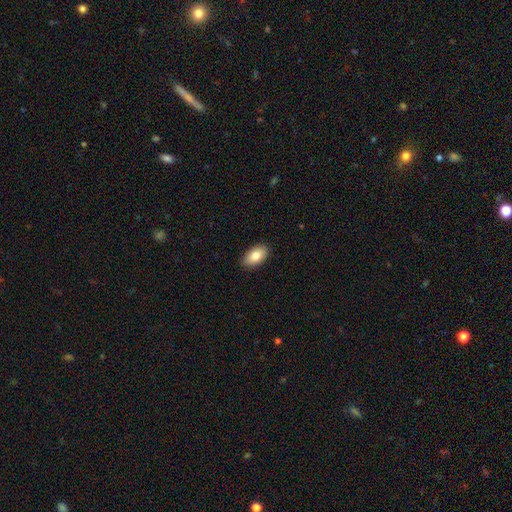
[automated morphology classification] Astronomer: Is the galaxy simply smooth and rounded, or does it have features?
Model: smooth — 81%.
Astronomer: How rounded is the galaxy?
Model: in between — 93%.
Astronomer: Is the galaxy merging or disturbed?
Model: none — 89%.